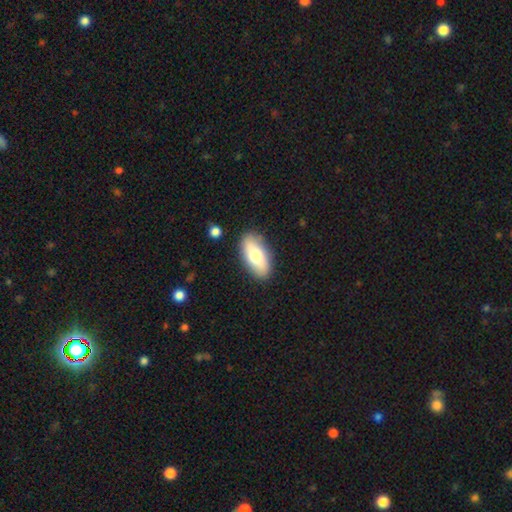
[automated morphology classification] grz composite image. It shows a smooth galaxy with no disk features (69%) that is in between round and cigar-shaped (88%). Merging: none (86%).